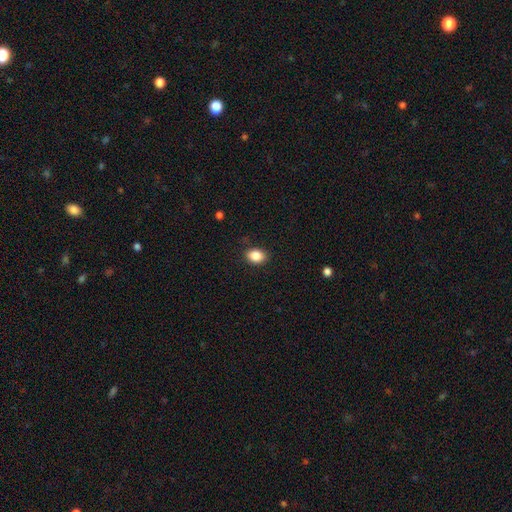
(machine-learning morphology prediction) Overall: smooth (87%). How rounded: in between (72%). Merging: none (87%).